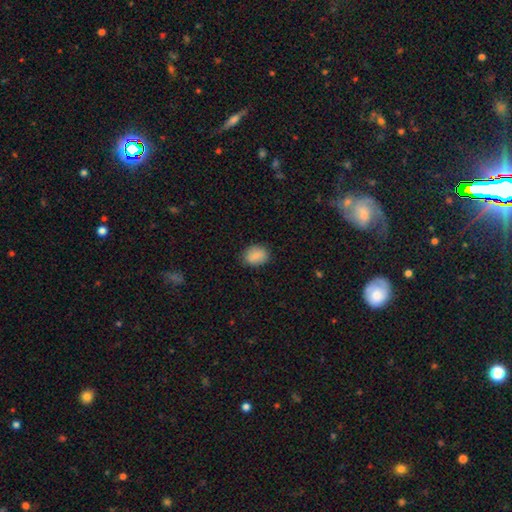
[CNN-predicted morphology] This is clearly a smooth galaxy (87%). How rounded: likely in between (66%). Merging: clearly none (83%).